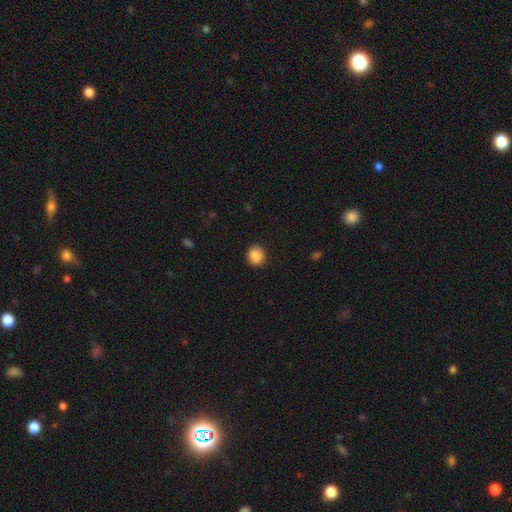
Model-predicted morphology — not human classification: Smooth or featured: smooth — 87% (star or artifact — 8%)
How rounded: round — 67% (in between — 32%)
Merging: none — 84% (minor disturbance — 12%)